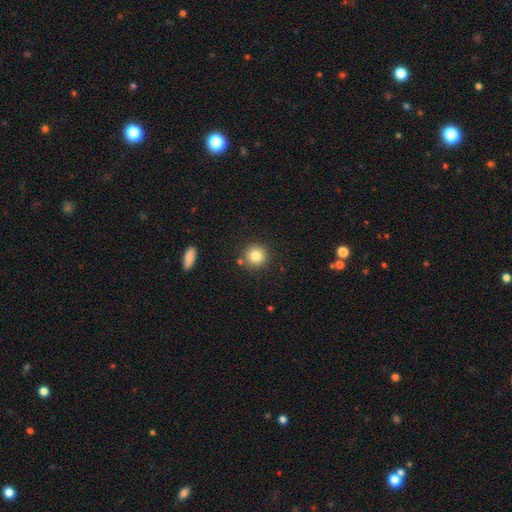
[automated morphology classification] smooth-or-featured: smooth: 82% | star or artifact: 10% | featured or disk: 7%
  how-rounded: round: 93% | in between: 6% | cigar-shaped: 1%
  merging: none: 85% | minor disturbance: 8% | merger: 5% | major disturbance: 2%